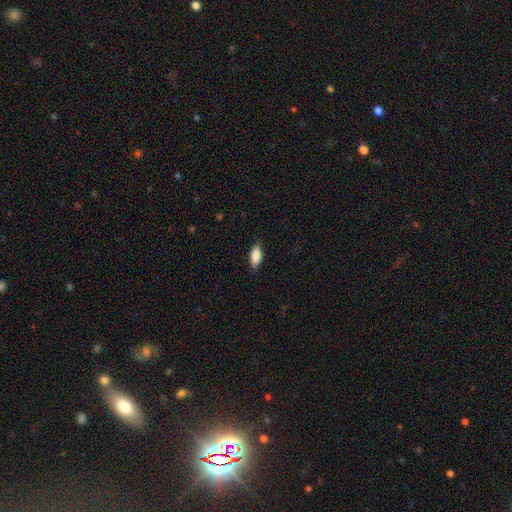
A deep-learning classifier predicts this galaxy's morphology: This appears to be a smooth galaxy with no disk features (86%) that is in between round and cigar-shaped (83%). Merging: none (86%).